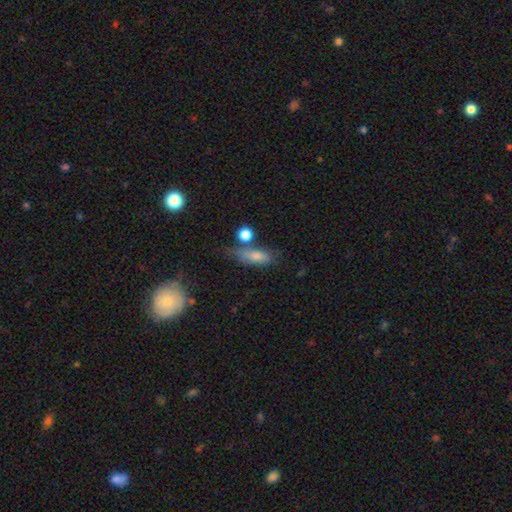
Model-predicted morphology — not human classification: smooth 67%, featured or disk 21%, star or artifact 12%. Down the decision tree: how rounded — in between (57%); merging — none (55%).